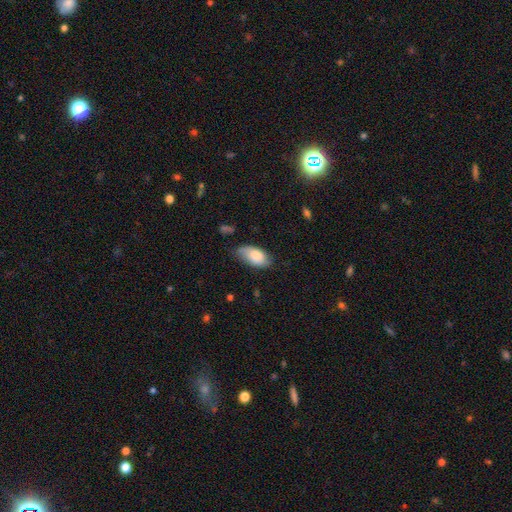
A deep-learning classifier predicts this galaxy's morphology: Smooth or featured? smooth (82%)
How rounded? in between (94%)
Merging? none (60%)